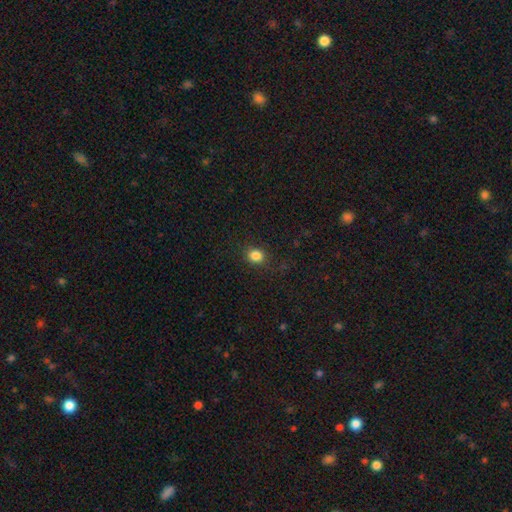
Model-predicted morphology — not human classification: Smooth or featured? Predicted: smooth (p=0.84). How rounded? Predicted: round (p=0.73). Merging? Predicted: none (p=0.86).